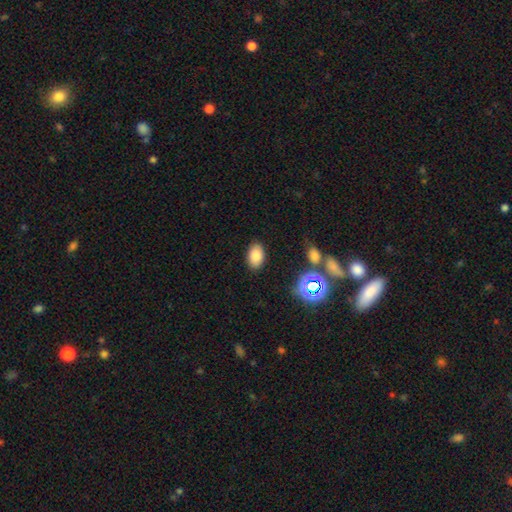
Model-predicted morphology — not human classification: A smooth galaxy with no disk features (81%) that is in between round and cigar-shaped (91%).

Vote fractions:
- Smooth or featured? smooth: 81% / star or artifact: 12% / featured or disk: 7%
- How rounded? in between: 91% / round: 8% / cigar-shaped: 1%
- Merging? none: 86% / minor disturbance: 9% / major disturbance: 3% / merger: 2%